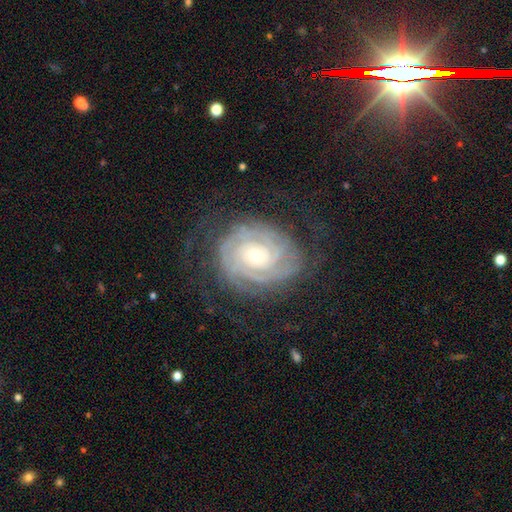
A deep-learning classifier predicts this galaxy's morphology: type=featured or disk (88%); edge-on=no (97%); bar=no (68%); spiral arms=yes (97%); winding=tight (82%); arm count=can't tell (30%); bulge=small (57%); merging=none (69%).